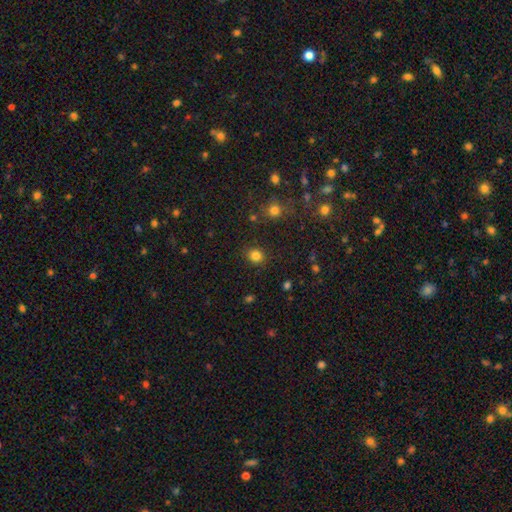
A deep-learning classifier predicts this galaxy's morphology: smooth 83%, star or artifact 13%, featured or disk 5%. Down the decision tree: how rounded — round (80%); merging — none (88%).